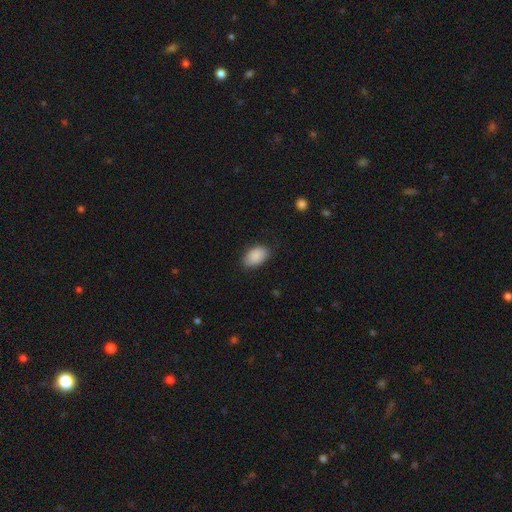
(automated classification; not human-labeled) Smooth or featured? smooth (90%)
How rounded? in between (91%)
Merging? none (82%)